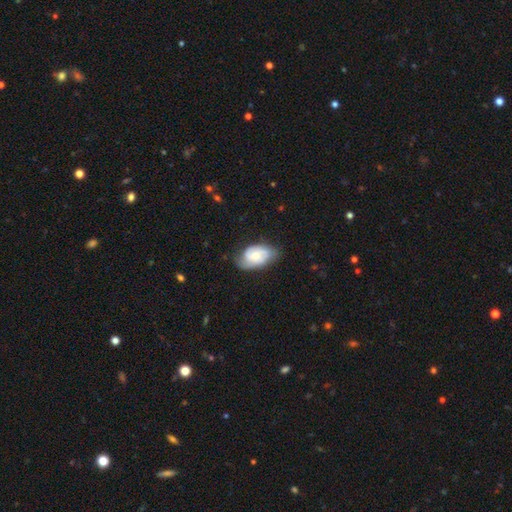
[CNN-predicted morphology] featured or disk 60%, smooth 34%, star or artifact 6%. Down the decision tree: edge-on disk — no (96%); bar — no (66%); spiral arms — yes (88%); spiral arm count — 2 (57%); spiral winding — tight (49%); bulge size — moderate (45%); merging — none (66%).